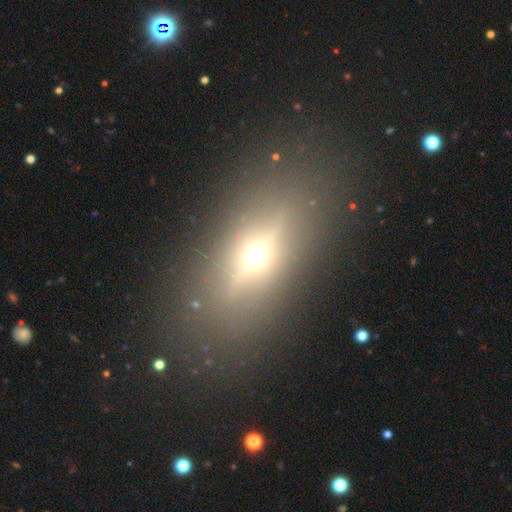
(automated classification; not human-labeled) Smooth or featured? Predicted: featured or disk (p=0.59). Edge-on disk? Predicted: yes (p=0.79). Merging? Predicted: none (p=0.83).